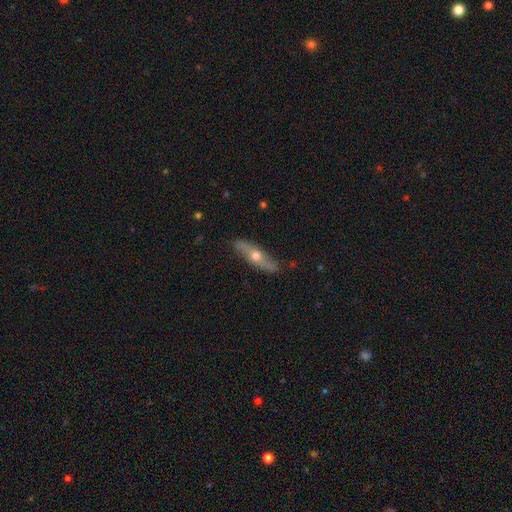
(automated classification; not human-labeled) This appears to be a featured or disk galaxy (58%) viewed edge-on (68%). Merging: none (86%).